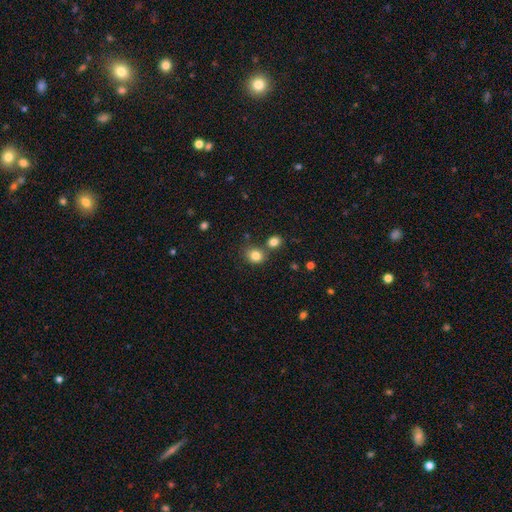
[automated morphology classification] This is clearly a smooth galaxy (83%). How rounded: likely round (71%). Merging: likely none (67%).